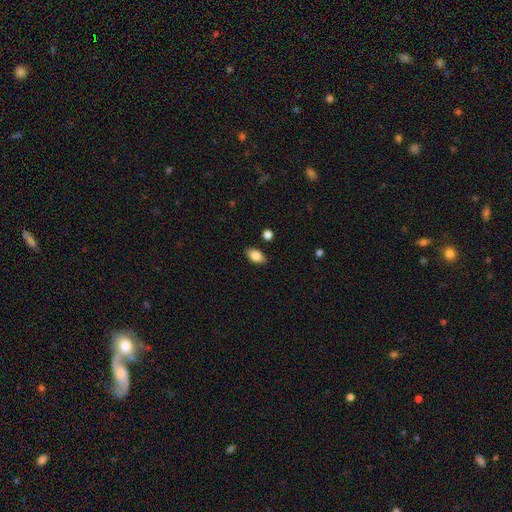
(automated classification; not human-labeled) smooth-or-featured: smooth: 82% | featured or disk: 11% | star or artifact: 8%
  how-rounded: in between: 90% | round: 6% | cigar-shaped: 3%
  merging: none: 86% | minor disturbance: 10% | major disturbance: 2% | merger: 2%